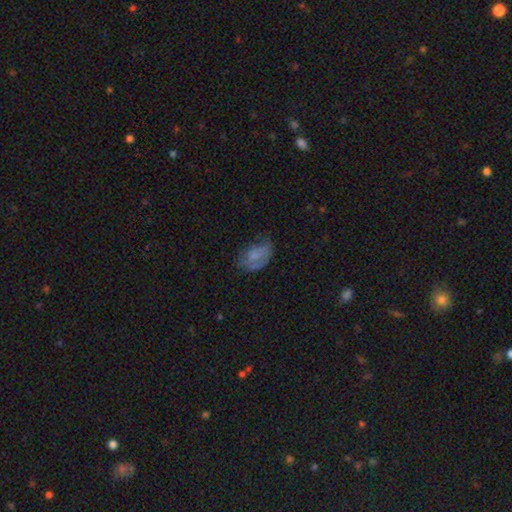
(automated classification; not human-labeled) Smooth or featured? smooth (55%)
How rounded? in between (86%)
Merging? none (40%)